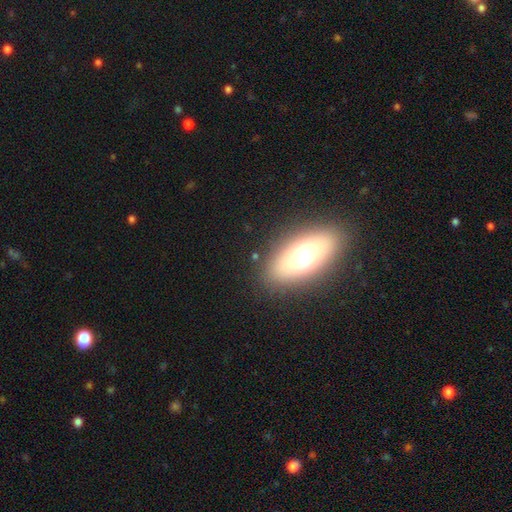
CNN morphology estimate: A smooth galaxy with no disk features (62%) that is in between round and cigar-shaped (79%). Merging: none (85%).